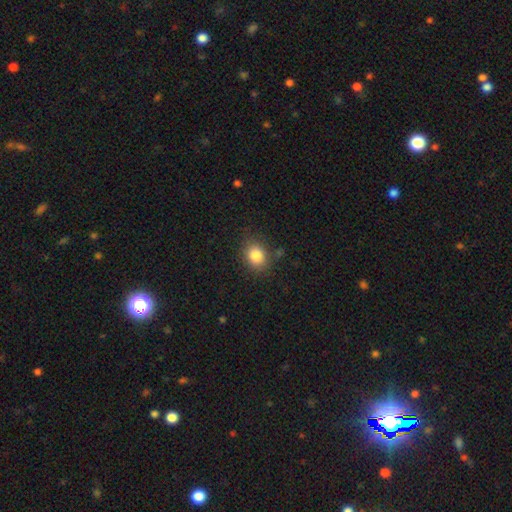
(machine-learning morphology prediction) smooth 83%, star or artifact 10%, featured or disk 7%. Down the decision tree: how rounded — round (54%); merging — none (80%).